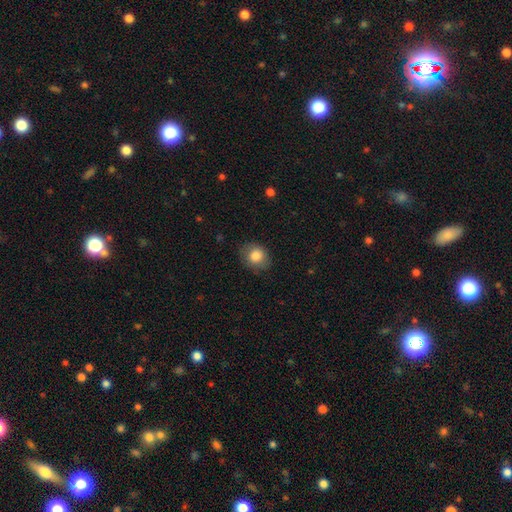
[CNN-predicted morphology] smooth-or-featured: smooth: 83% | featured or disk: 9% | star or artifact: 8%
  how-rounded: round: 67% | in between: 32% | cigar-shaped: 1%
  merging: none: 78% | minor disturbance: 16% | major disturbance: 5% | merger: 1%